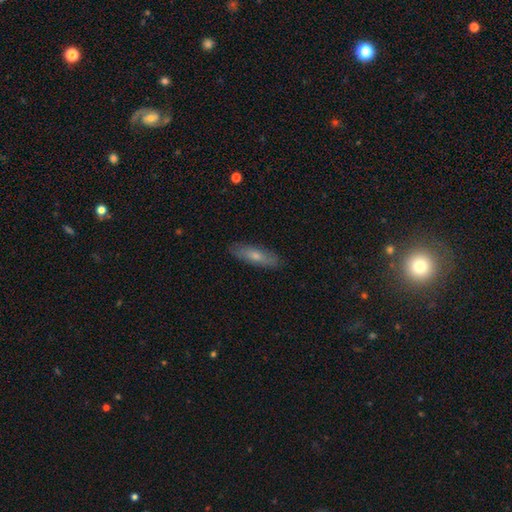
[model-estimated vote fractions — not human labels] This appears to be a smooth galaxy with no disk features (64%) that is cigar-shaped (61%). Merging: none (86%).